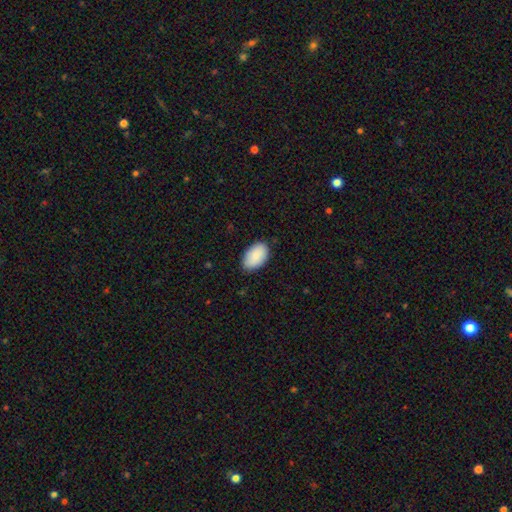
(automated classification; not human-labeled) A smooth galaxy with no disk features (88%) that is in between round and cigar-shaped (93%).

Vote fractions:
- Smooth or featured? smooth: 88% / featured or disk: 6% / star or artifact: 6%
- How rounded? in between: 93% / round: 5% / cigar-shaped: 1%
- Merging? none: 83% / minor disturbance: 14% / major disturbance: 2% / merger: 1%